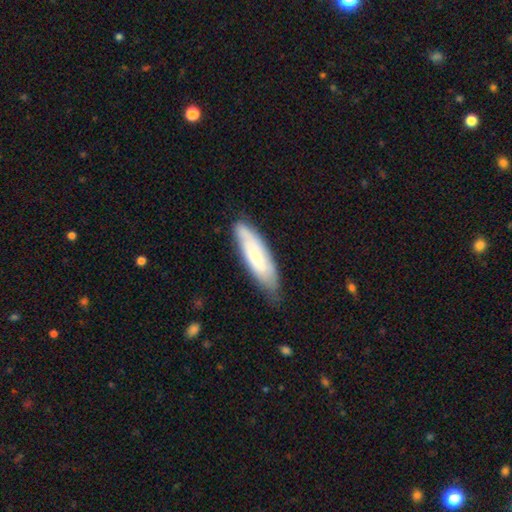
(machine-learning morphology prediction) A smooth galaxy with no disk features (65%) that is cigar-shaped (58%). Merging: none (69%).